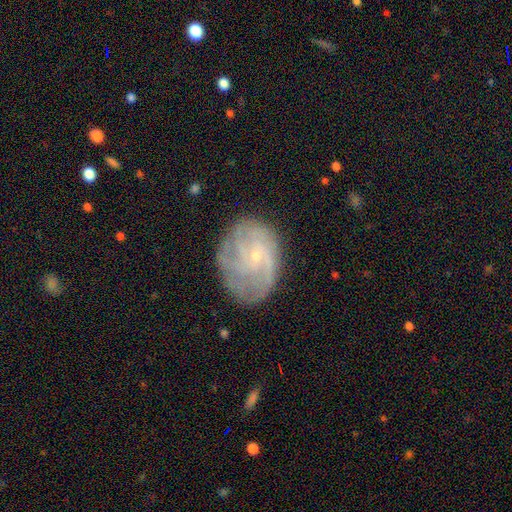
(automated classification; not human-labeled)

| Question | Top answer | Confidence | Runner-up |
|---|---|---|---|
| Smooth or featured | featured or disk | 74% | smooth (18%) |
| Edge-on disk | no | 97% | yes (3%) |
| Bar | no | 68% | weak (27%) |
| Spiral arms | yes | 89% | no (11%) |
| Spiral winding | tight | 46% | medium (37%) |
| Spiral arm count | can't tell | 40% | 3 (17%) |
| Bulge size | small | 82% | moderate (13%) |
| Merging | none | 69% | minor disturbance (20%) |